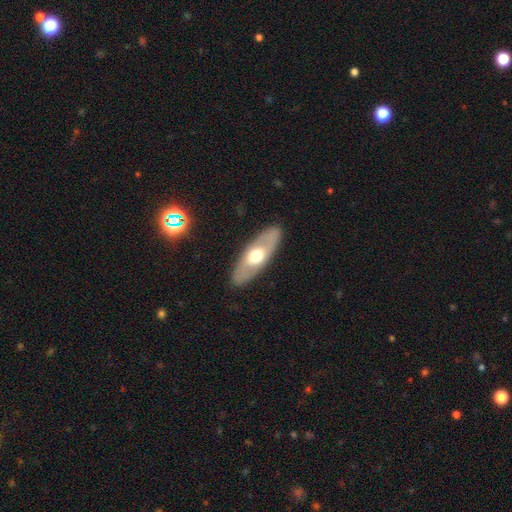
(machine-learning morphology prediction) This is possibly a featured or disk galaxy (50%). It is likely not viewed edge-on (69%). Merging: clearly none (88%).